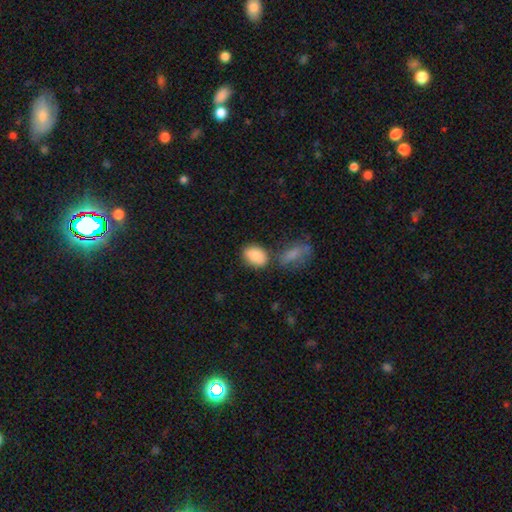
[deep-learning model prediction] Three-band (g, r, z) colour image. It shows a smooth galaxy with no disk features (87%) that is in between round and cigar-shaped (86%). Merging: none (63%).